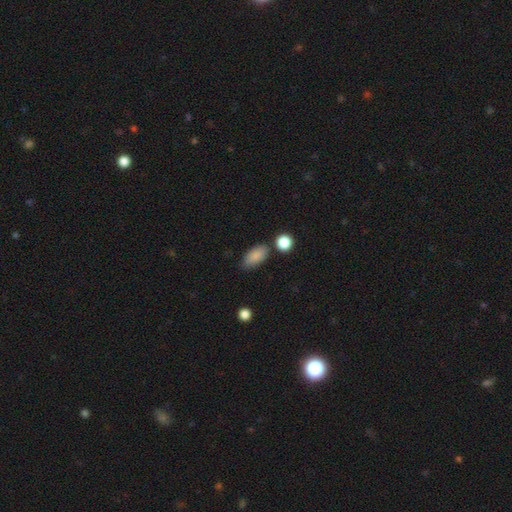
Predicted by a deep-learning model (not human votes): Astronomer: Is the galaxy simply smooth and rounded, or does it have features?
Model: smooth — 85%.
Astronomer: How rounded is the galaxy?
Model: in between — 89%.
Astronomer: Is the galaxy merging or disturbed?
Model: none — 71%.